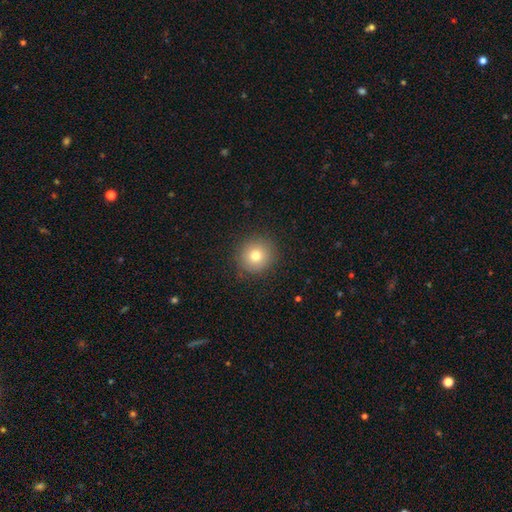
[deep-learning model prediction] This appears to be a smooth galaxy with no disk features (77%) that is round (92%). Merging: none (89%).